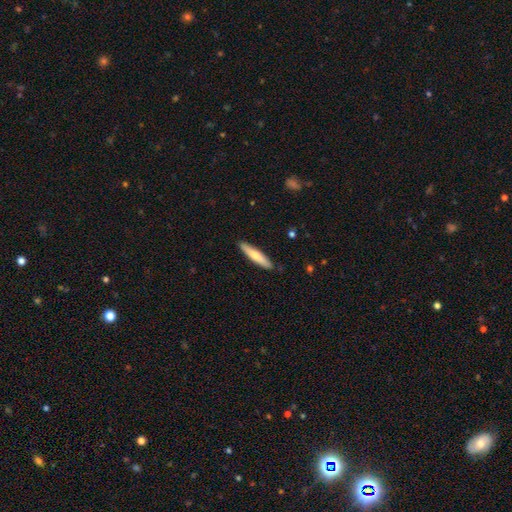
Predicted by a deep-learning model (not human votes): smooth-or-featured: smooth: 68% | featured or disk: 27% | star or artifact: 5%
  how-rounded: cigar-shaped: 84% | in between: 14% | round: 1%
  merging: none: 89% | minor disturbance: 9% | major disturbance: 1% | merger: 1%